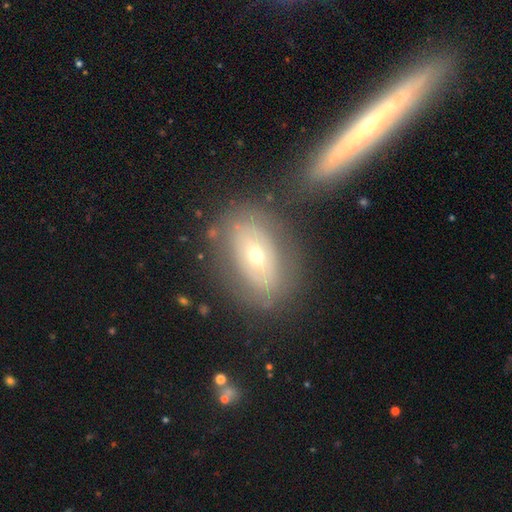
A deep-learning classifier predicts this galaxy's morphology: Smooth or featured: smooth — 47% (featured or disk — 44%)
Merging: none — 66% (minor disturbance — 15%)